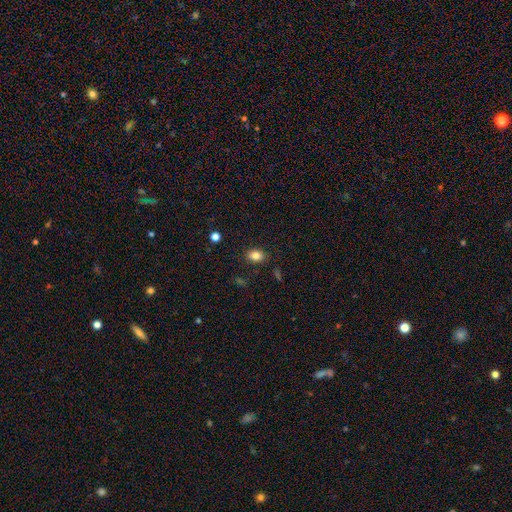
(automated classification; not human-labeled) Overall: smooth (84%). How rounded: in between (72%). Merging: none (87%).